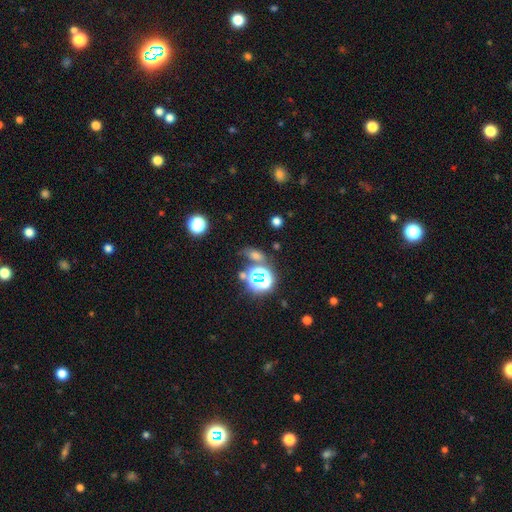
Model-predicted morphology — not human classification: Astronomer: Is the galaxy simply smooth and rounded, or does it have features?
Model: smooth — 48% (runner-up: star or artifact, 40%).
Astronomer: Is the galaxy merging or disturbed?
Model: none — 62%.